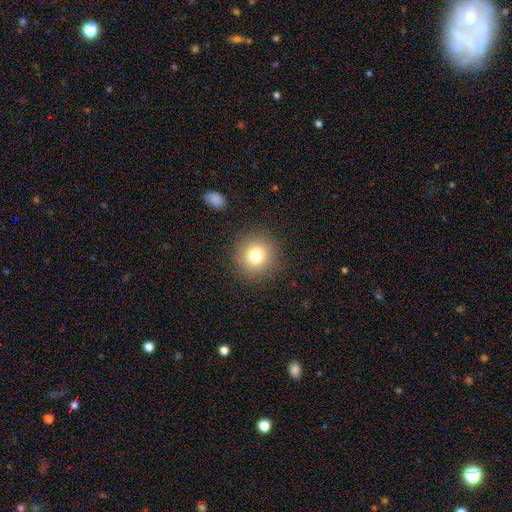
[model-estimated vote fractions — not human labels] smooth_or_featured: smooth (p=0.77) [alt: star or artifact p=0.13]
how_rounded: round (p=0.93) [alt: in between p=0.06]
merging: none (p=0.89) [alt: minor disturbance p=0.06]